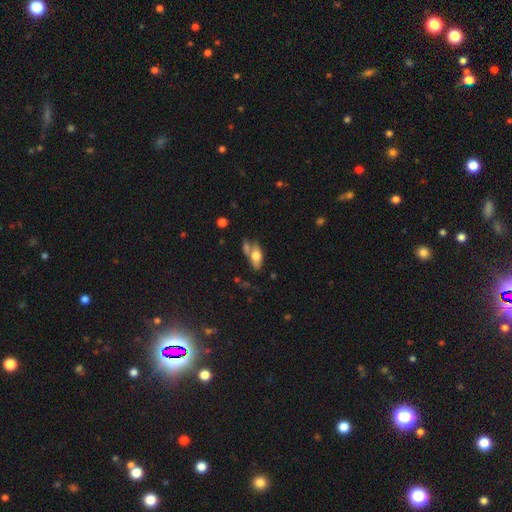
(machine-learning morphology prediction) Q: Smooth or featured?
A: smooth (65%); runner-up: featured or disk (27%)
Q: How rounded?
A: in between (85%); runner-up: cigar-shaped (10%)
Q: Merging?
A: none (40%); runner-up: merger (33%)